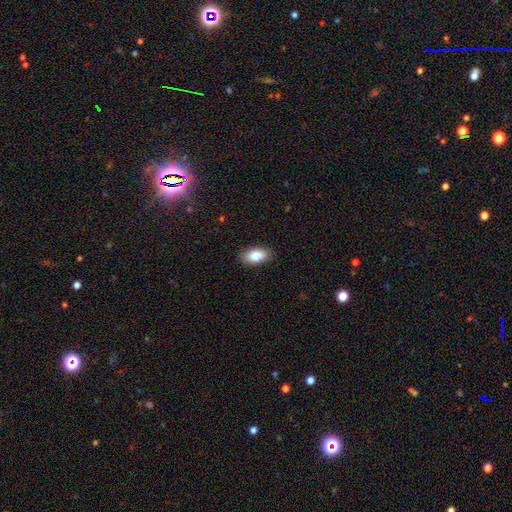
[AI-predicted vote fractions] Smooth or featured?
  - smooth: 86% *
  - featured or disk: 8%
  - star or artifact: 7%
How rounded?
  - in between: 93% *
  - round: 4%
  - cigar-shaped: 3%
Merging?
  - none: 88% *
  - minor disturbance: 9%
  - major disturbance: 2%
  - merger: 1%